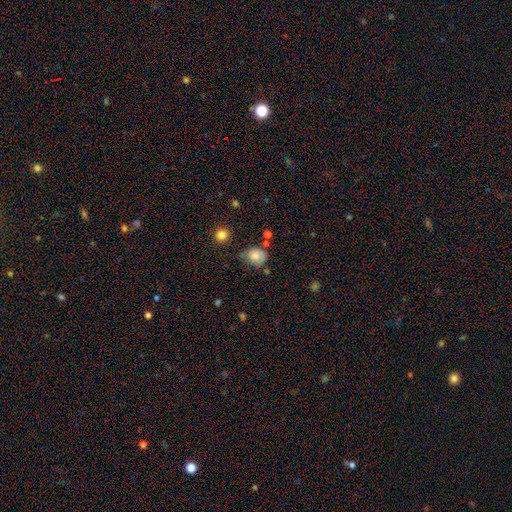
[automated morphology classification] Q: Smooth or featured?
A: smooth (77%); runner-up: featured or disk (13%)
Q: How rounded?
A: round (67%); runner-up: in between (32%)
Q: Merging?
A: none (60%); runner-up: minor disturbance (27%)